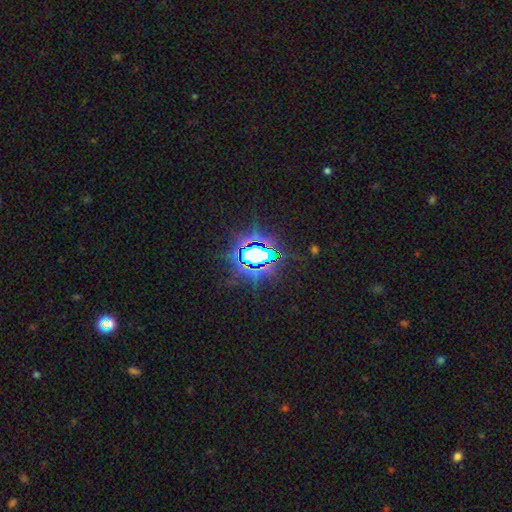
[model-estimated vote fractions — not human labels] Smooth or featured?
  - star or artifact: 80% *
  - smooth: 11%
  - featured or disk: 9%